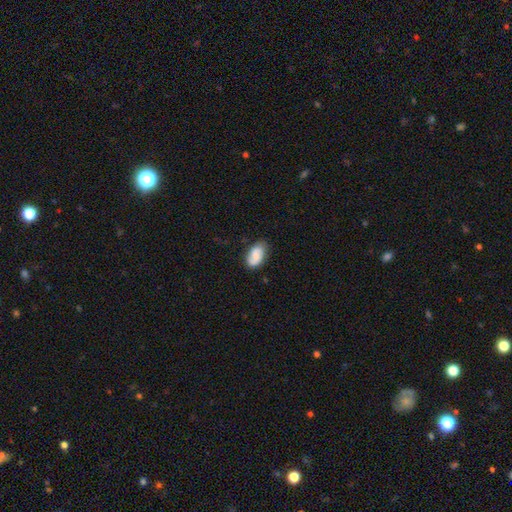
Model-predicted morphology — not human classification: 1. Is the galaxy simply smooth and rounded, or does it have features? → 58% smooth, 34% featured or disk, 8% star or artifact.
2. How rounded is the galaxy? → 91% in between, 7% round, 2% cigar-shaped.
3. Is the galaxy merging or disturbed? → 72% none, 21% minor disturbance, 5% major disturbance, 2% merger.